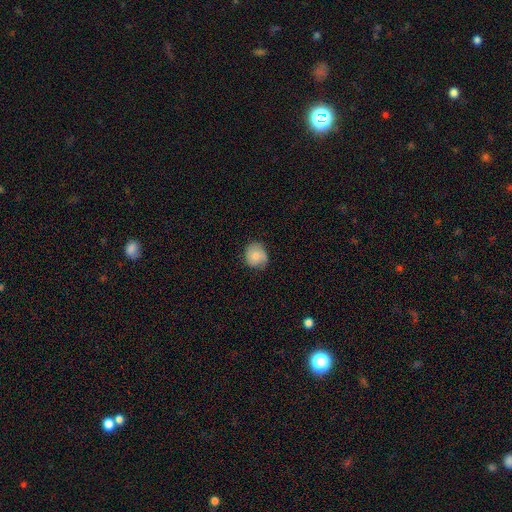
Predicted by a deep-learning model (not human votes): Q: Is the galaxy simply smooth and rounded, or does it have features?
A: smooth — 75%.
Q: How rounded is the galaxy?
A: round — 79%.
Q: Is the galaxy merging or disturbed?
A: none — 73%.